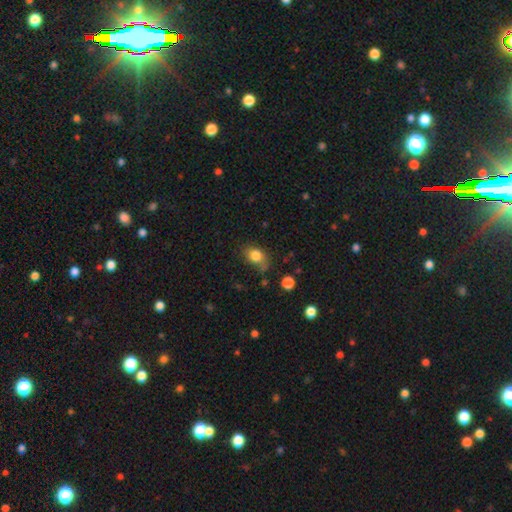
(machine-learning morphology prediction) Q: Smooth or featured?
A: smooth (82%); runner-up: star or artifact (10%)
Q: How rounded?
A: in between (62%); runner-up: round (37%)
Q: Merging?
A: none (58%); runner-up: minor disturbance (27%)